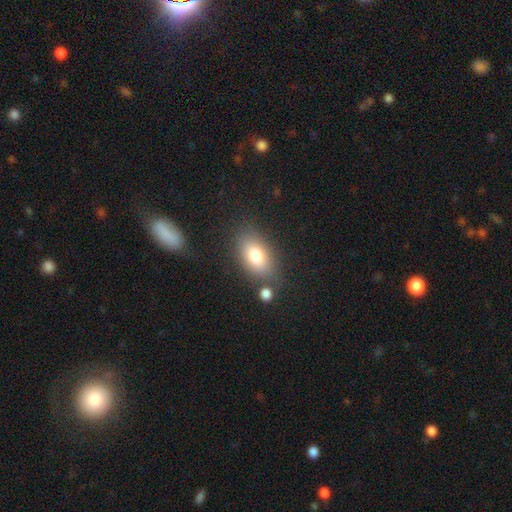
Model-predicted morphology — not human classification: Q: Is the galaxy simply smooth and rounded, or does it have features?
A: smooth — 78%.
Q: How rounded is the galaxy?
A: in between — 87%.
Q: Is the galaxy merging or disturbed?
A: none — 74%.